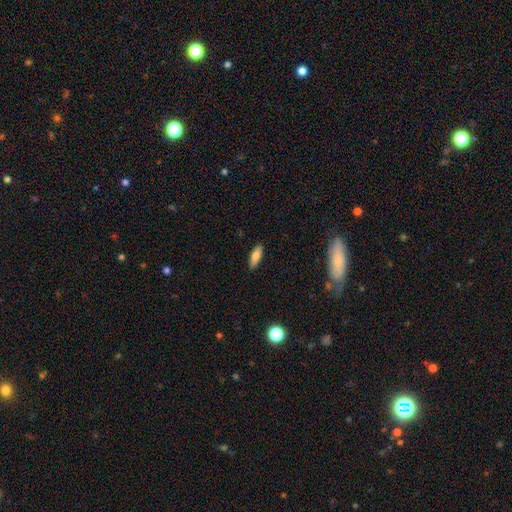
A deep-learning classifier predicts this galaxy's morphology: This appears to be a smooth galaxy with no disk features (76%) that is in between round and cigar-shaped (62%). Merging: none (88%).